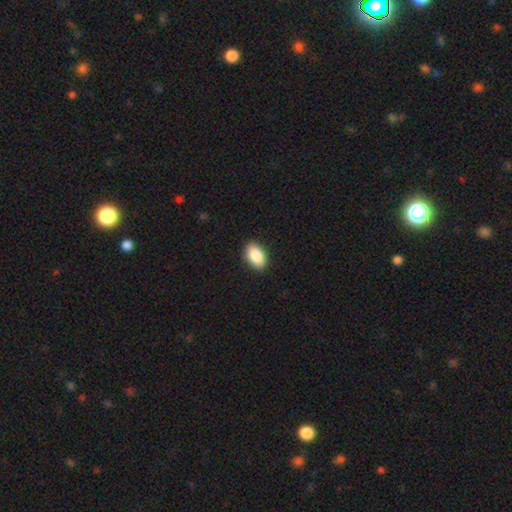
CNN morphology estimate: Smooth or featured? Predicted: smooth (p=0.88). How rounded? Predicted: in between (p=0.92). Merging? Predicted: none (p=0.90).